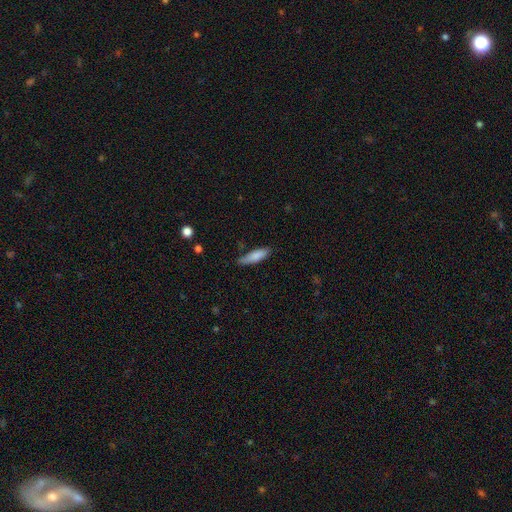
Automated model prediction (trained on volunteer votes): Smooth or featured: smooth — 82% (featured or disk — 12%)
How rounded: cigar-shaped — 67% (in between — 32%)
Merging: none — 75% (minor disturbance — 20%)